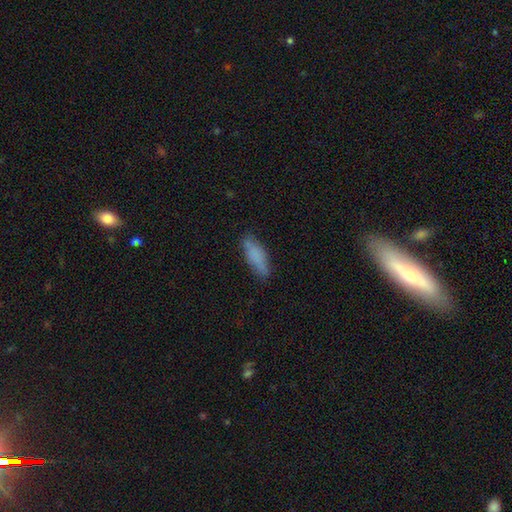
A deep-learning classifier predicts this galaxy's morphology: smooth 75%, featured or disk 17%, star or artifact 8%. Down the decision tree: how rounded — in between (58%); merging — none (72%).